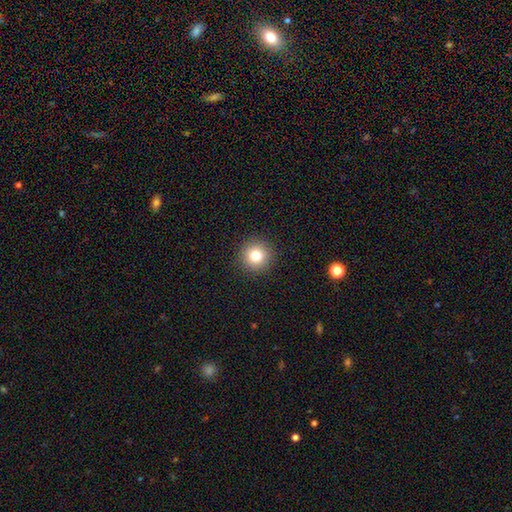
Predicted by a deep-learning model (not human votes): Smooth or featured? Predicted: smooth (p=0.80). How rounded? Predicted: round (p=0.95). Merging? Predicted: none (p=0.93).